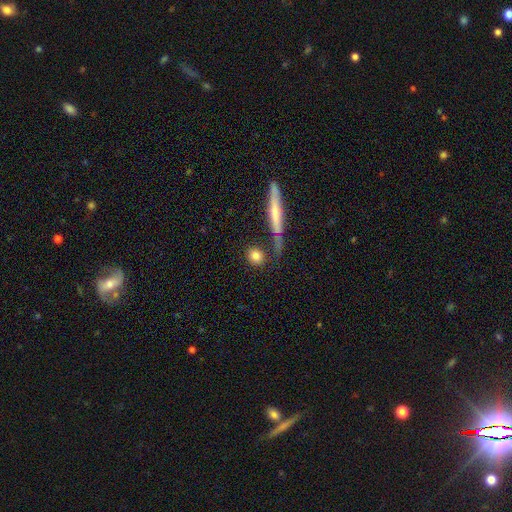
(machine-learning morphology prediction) A smooth galaxy with no disk features (81%) that is round (74%). Merging: none (76%).